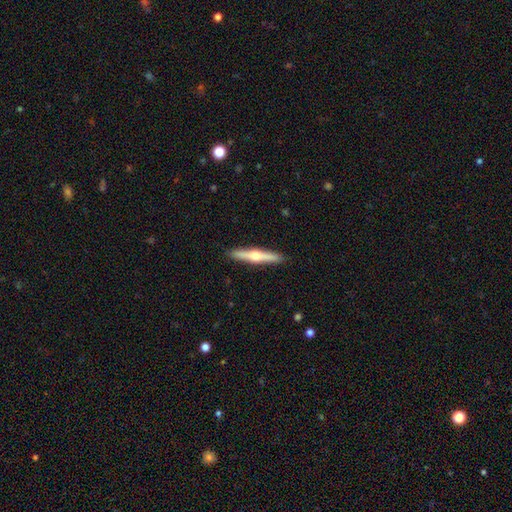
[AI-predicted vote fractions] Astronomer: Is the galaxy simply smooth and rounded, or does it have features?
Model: featured or disk — 63%.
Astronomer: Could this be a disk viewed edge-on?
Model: yes — 97%.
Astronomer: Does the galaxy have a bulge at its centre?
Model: rounded — 90%.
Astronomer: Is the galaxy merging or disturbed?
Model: none — 92%.